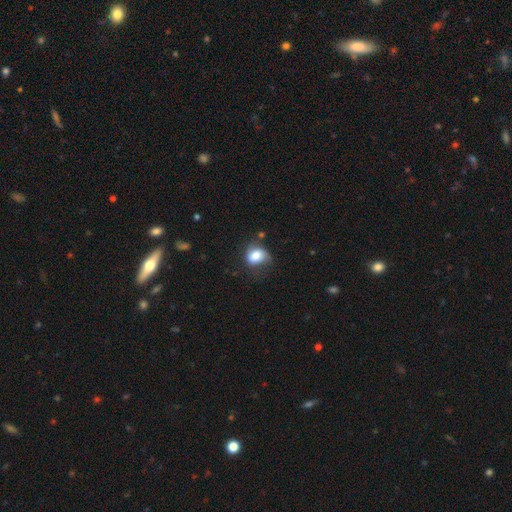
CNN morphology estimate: This appears to be a smooth galaxy with no disk features (75%) that is in between round and cigar-shaped (59%). Merging: none (45%).